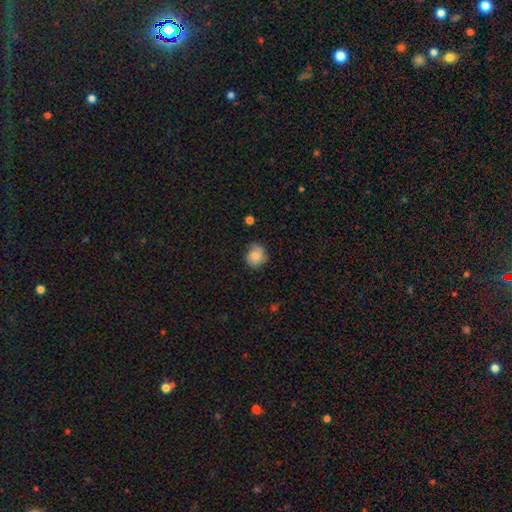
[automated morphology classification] type=smooth (78%); roundness=round (77%); merging=none (71%).